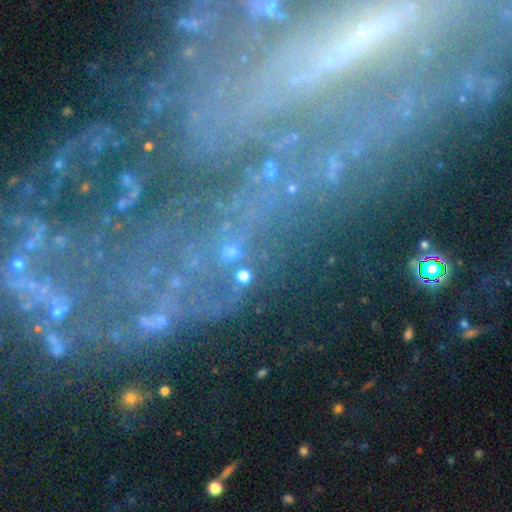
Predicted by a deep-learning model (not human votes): Smooth or featured: star or artifact — 43% (featured or disk — 42%)